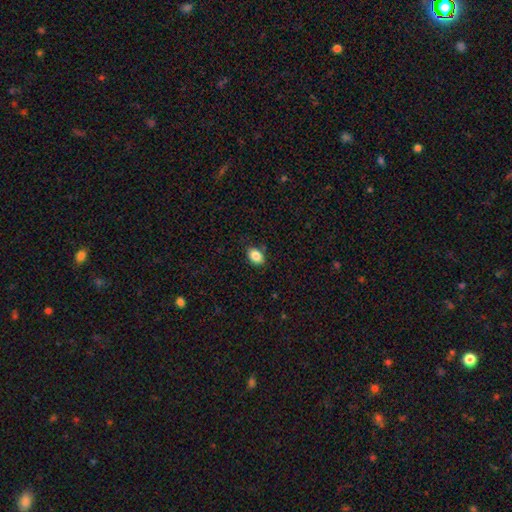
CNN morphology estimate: This appears to be a smooth galaxy with no disk features (86%) that is in between round and cigar-shaped (81%). Merging: none (86%).